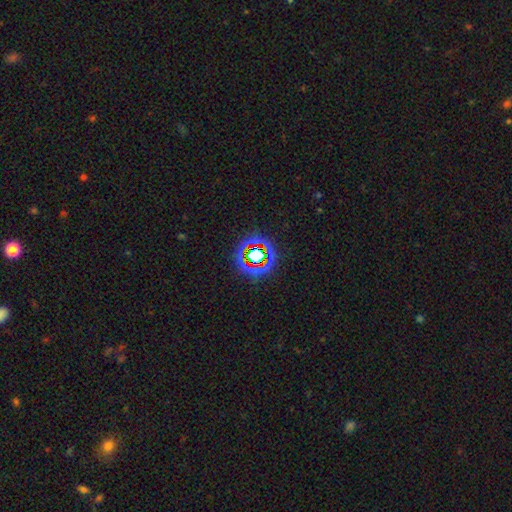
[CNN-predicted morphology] A star or artifact, not a galaxy (66%).